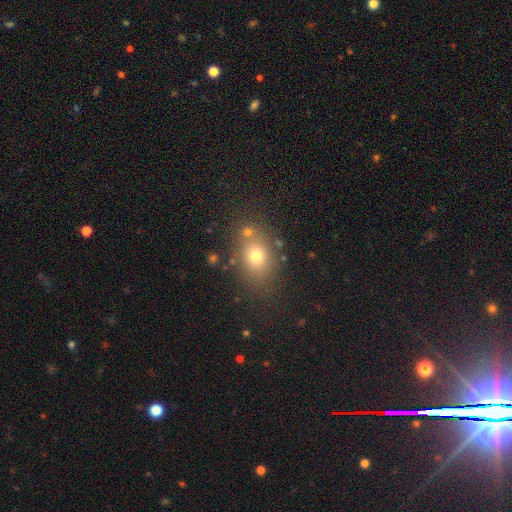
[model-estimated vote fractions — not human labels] Smooth or featured?
  - smooth: 71% *
  - star or artifact: 16%
  - featured or disk: 13%
How rounded?
  - in between: 59% *
  - round: 39%
  - cigar-shaped: 1%
Merging?
  - none: 74% *
  - minor disturbance: 12%
  - merger: 9%
  - major disturbance: 5%